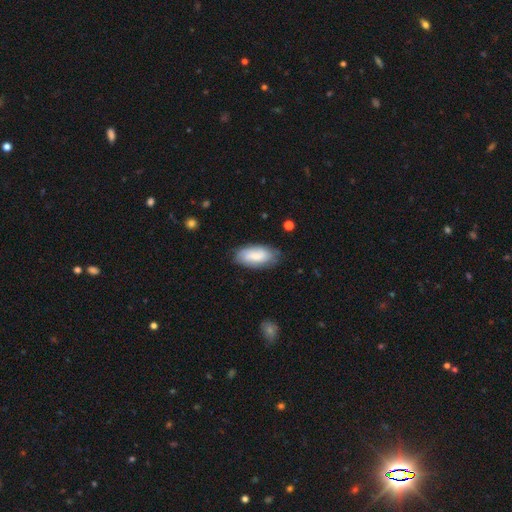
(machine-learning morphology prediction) A smooth galaxy with no disk features (70%) that is in between round and cigar-shaped (91%).

Vote fractions:
- Smooth or featured? smooth: 70% / featured or disk: 23% / star or artifact: 7%
- How rounded? in between: 91% / cigar-shaped: 7% / round: 2%
- Merging? none: 75% / minor disturbance: 19% / major disturbance: 4% / merger: 2%